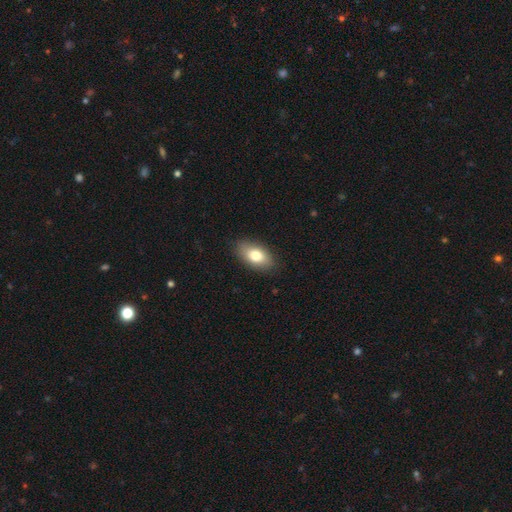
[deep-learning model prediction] Smooth or featured? smooth (78%)
How rounded? in between (92%)
Merging? none (86%)